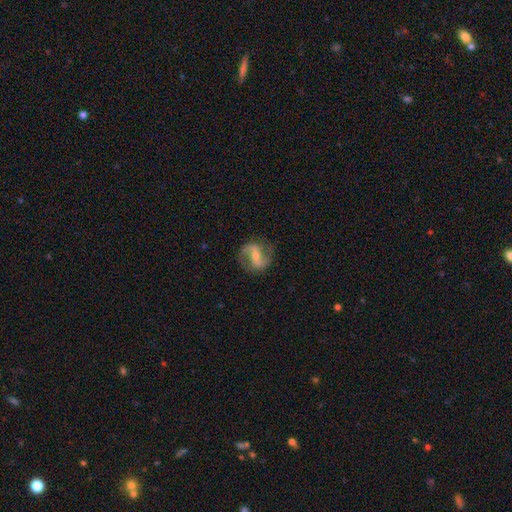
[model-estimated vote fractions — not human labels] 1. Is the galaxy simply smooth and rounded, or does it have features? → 85% featured or disk, 9% smooth, 5% star or artifact.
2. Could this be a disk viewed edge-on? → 97% no, 3% yes.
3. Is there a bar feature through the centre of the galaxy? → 42% weak, 37% strong, 20% no.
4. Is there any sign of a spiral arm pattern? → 95% yes, 5% no.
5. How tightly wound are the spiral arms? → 44% medium (tied), 44% loose (tied), 12% tight.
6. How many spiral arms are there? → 92% 2, 3% can't tell, 2% 1, 1% 3, 1% 4, 1% more than 4.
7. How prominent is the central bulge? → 50% small, 43% moderate, 4% none, 2% large, 1% dominant.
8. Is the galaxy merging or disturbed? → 81% none, 13% minor disturbance, 5% major disturbance, 1% merger.